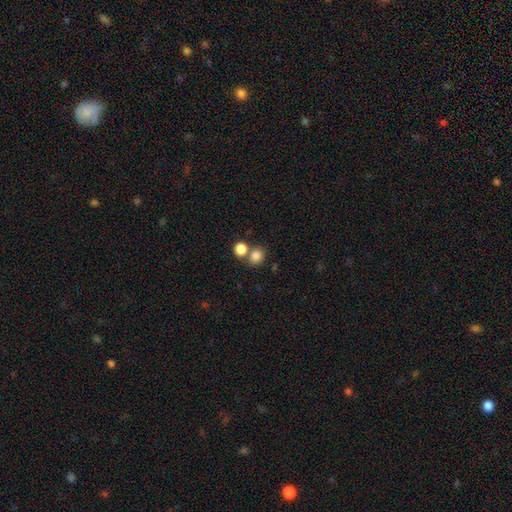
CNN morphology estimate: Q: Smooth or featured?
A: smooth (83%); runner-up: star or artifact (11%)
Q: How rounded?
A: round (76%); runner-up: in between (23%)
Q: Merging?
A: none (57%); runner-up: merger (32%)